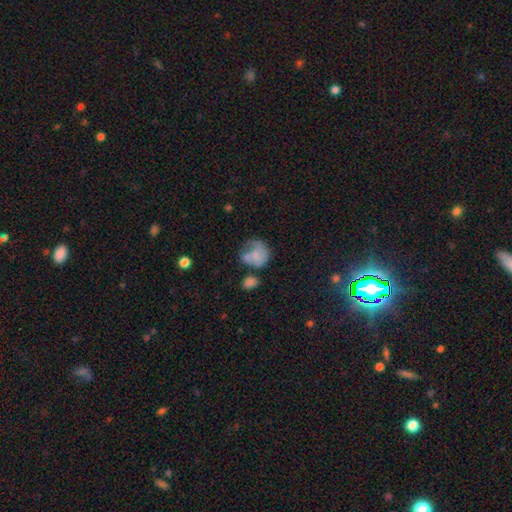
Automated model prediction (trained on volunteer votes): smooth_or_featured: smooth (p=0.56) [alt: featured or disk p=0.34]
how_rounded: round (p=0.62) [alt: in between p=0.37]
merging: major disturbance (p=0.32) [alt: none p=0.28]